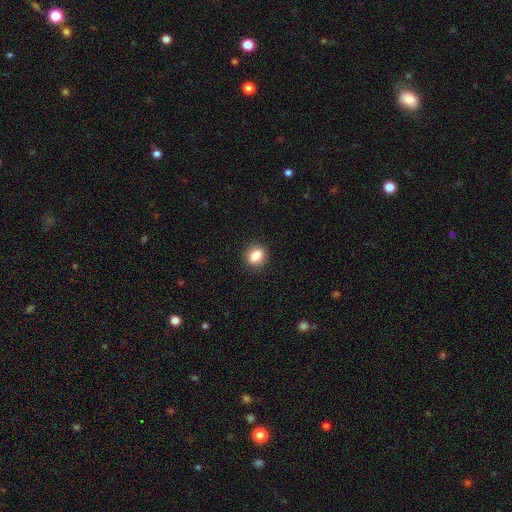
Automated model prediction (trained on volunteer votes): smooth-or-featured: smooth: 85% | star or artifact: 10% | featured or disk: 5%
  how-rounded: round: 70% | in between: 29% | cigar-shaped: 1%
  merging: none: 91% | minor disturbance: 6% | major disturbance: 2% | merger: 1%